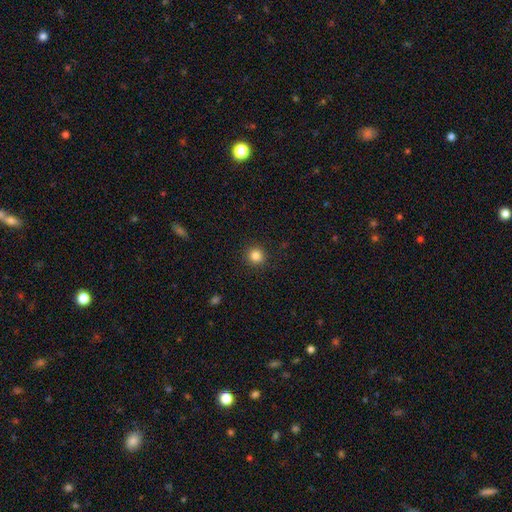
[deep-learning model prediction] This is clearly a smooth galaxy (84%). How rounded: clearly round (93%). Merging: clearly none (91%).